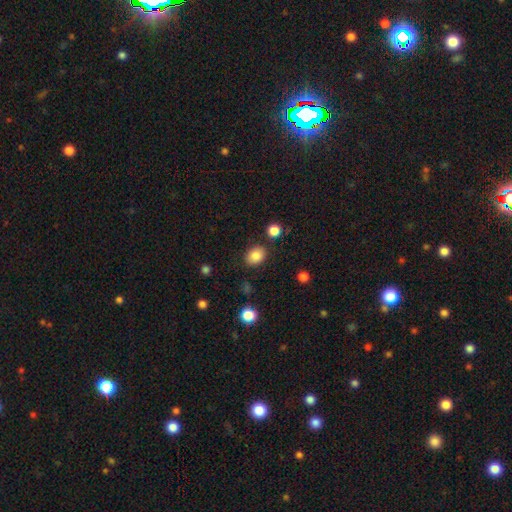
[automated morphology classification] This appears to be a smooth galaxy with no disk features (85%) that is in between round and cigar-shaped (58%). Merging: none (85%).